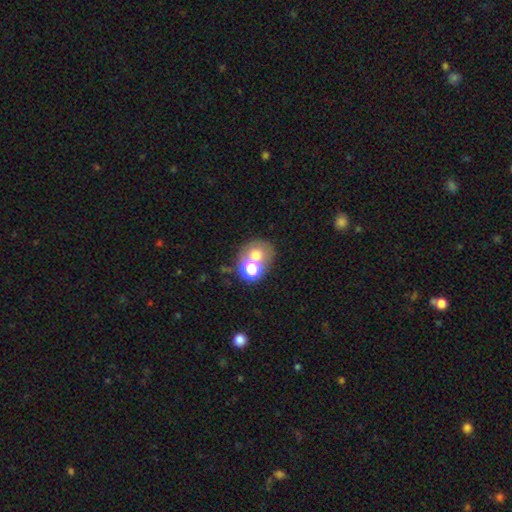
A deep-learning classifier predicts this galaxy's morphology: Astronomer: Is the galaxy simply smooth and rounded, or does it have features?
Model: smooth — 59%.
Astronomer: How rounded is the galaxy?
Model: round — 70%.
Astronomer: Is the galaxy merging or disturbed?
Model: none — 44% (runner-up: merger, 38%).